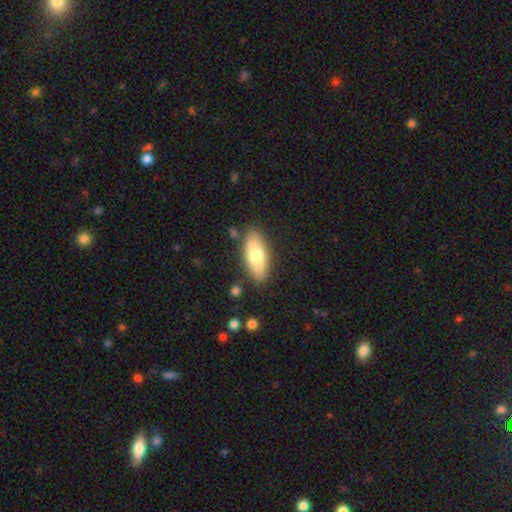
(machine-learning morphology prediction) type=smooth (72%); roundness=in between (78%); merging=none (84%).